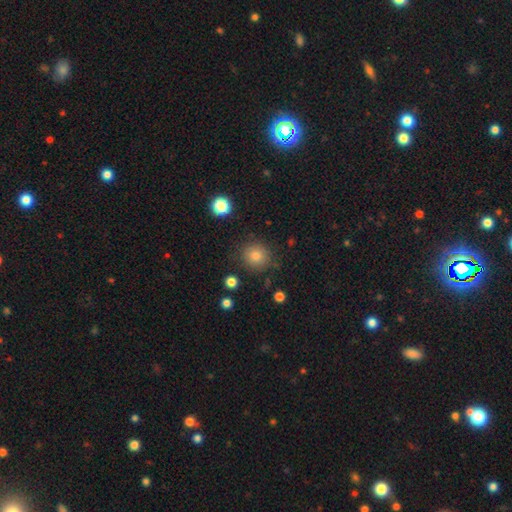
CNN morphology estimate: A smooth galaxy with no disk features (80%) that is round (91%). Merging: none (87%).